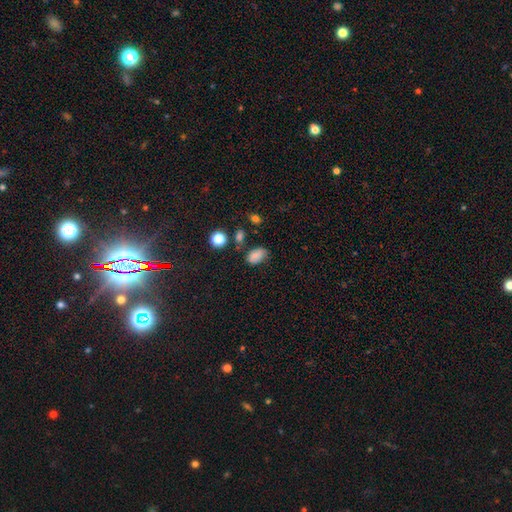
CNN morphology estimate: Overall: smooth (80%). How rounded: in between (86%). Merging: none (64%; minor disturbance 25%).